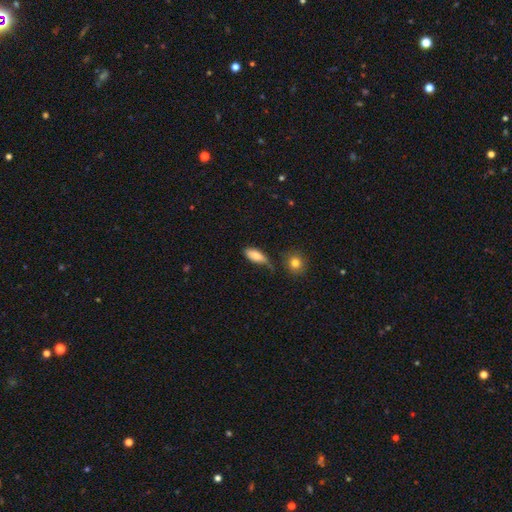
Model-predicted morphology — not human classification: Smooth or featured?
  - smooth: 79% *
  - featured or disk: 14%
  - star or artifact: 7%
How rounded?
  - in between: 84% *
  - cigar-shaped: 13%
  - round: 3%
Merging?
  - none: 52% *
  - minor disturbance: 31%
  - major disturbance: 10%
  - merger: 7%